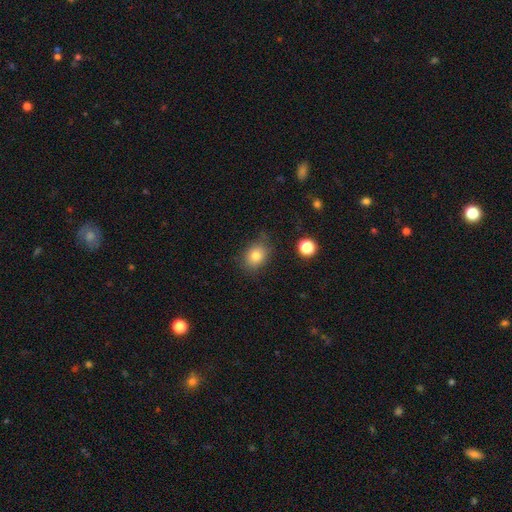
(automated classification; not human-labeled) Smooth or featured? smooth (79%)
How rounded? in between (54%)
Merging? none (76%)